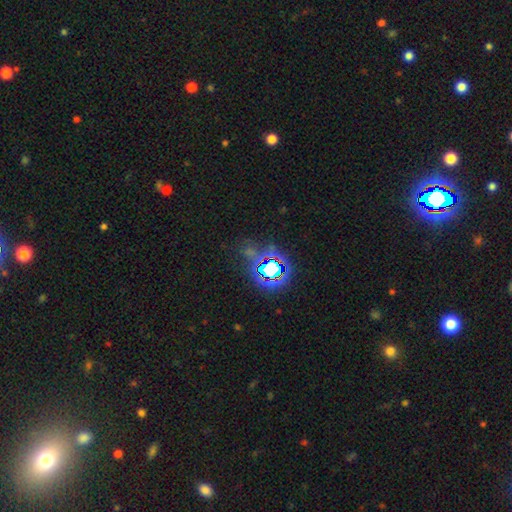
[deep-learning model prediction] Smooth or featured?
  - star or artifact: 79% *
  - smooth: 12%
  - featured or disk: 8%